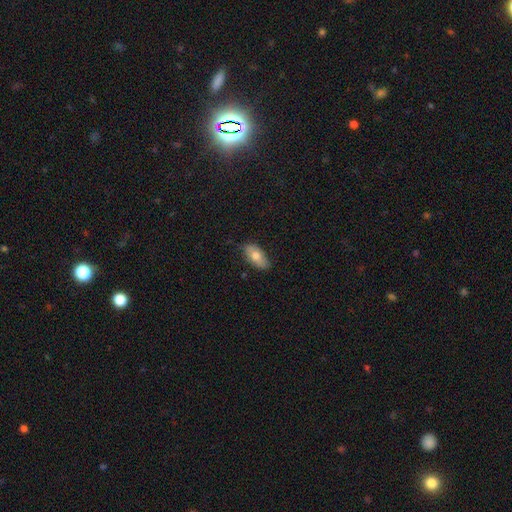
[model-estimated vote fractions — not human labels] This is likely a smooth galaxy (70%). How rounded: clearly in between (90%). Merging: likely none (78%).